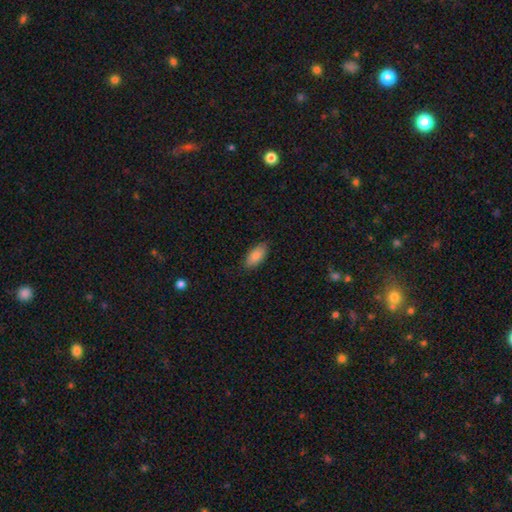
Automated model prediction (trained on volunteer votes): Morphology: type=smooth (88%); roundness=in between (92%); merging=none (85%).